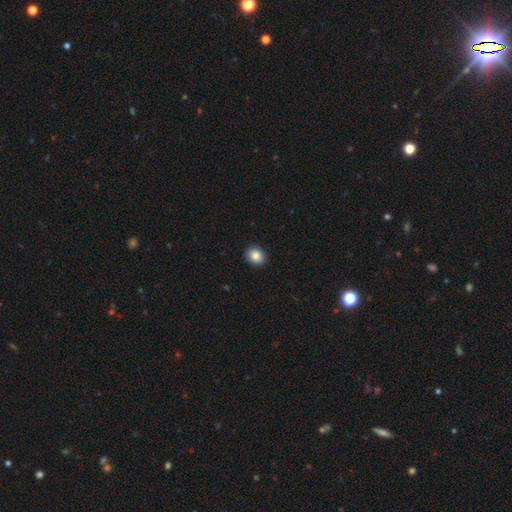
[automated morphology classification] This appears to be a smooth galaxy with no disk features (86%) that is round (57%). Merging: none (91%).